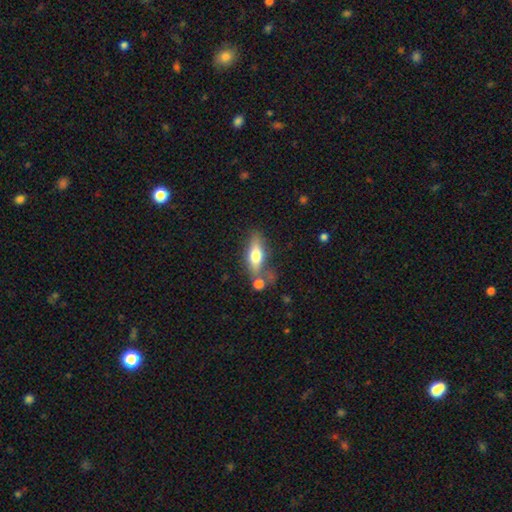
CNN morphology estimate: smooth_or_featured: smooth (p=0.60) [alt: featured or disk p=0.34]
how_rounded: in between (p=0.57) [alt: cigar-shaped p=0.40]
merging: none (p=0.61) [alt: minor disturbance p=0.17]